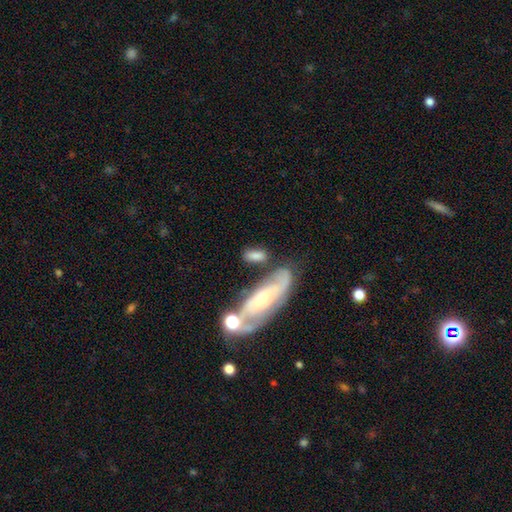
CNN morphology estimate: This appears to be a smooth galaxy with no disk features (69%) that is in between round and cigar-shaped (76%). Merging: none (50%).